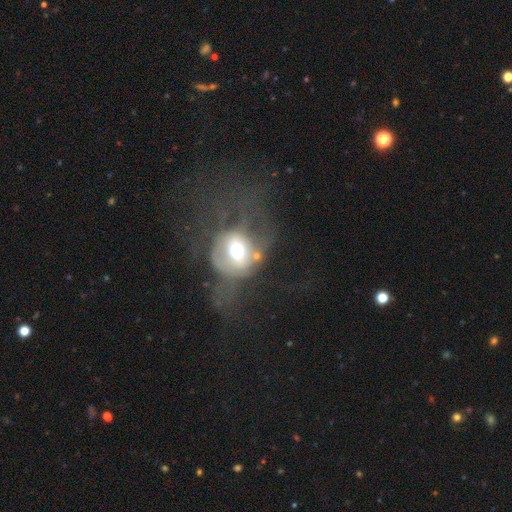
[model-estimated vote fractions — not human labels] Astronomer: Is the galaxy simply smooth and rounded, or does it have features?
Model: featured or disk — 47% (runner-up: smooth, 41%).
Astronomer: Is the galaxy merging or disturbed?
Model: major disturbance — 52%.